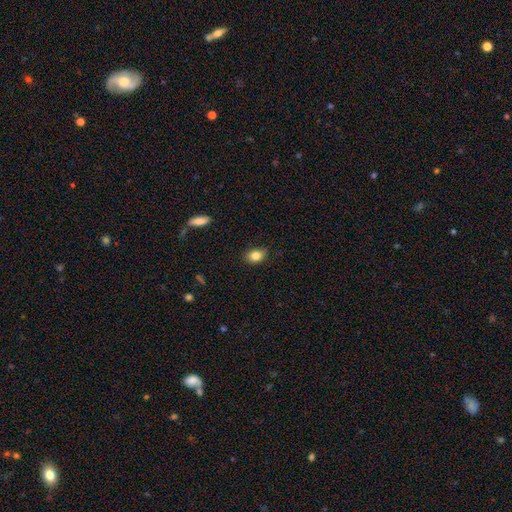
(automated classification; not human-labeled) smooth 85%, star or artifact 9%, featured or disk 6%. Down the decision tree: how rounded — in between (72%); merging — none (82%).